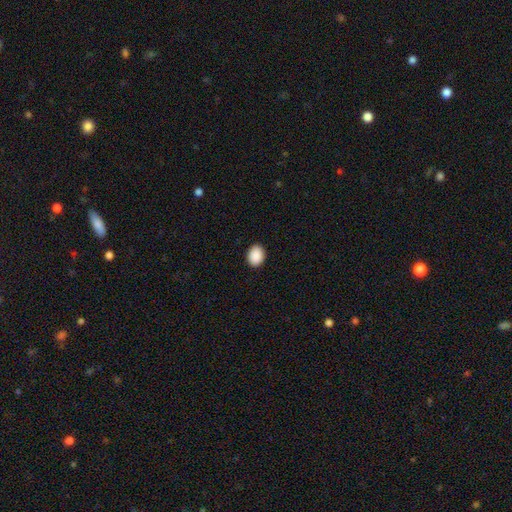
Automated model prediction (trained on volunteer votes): Smooth or featured?
  - smooth: 91% *
  - star or artifact: 7%
  - featured or disk: 2%
How rounded?
  - in between: 58% *
  - round: 41%
  - cigar-shaped: 1%
Merging?
  - none: 91% *
  - minor disturbance: 6%
  - major disturbance: 2%
  - merger: 1%